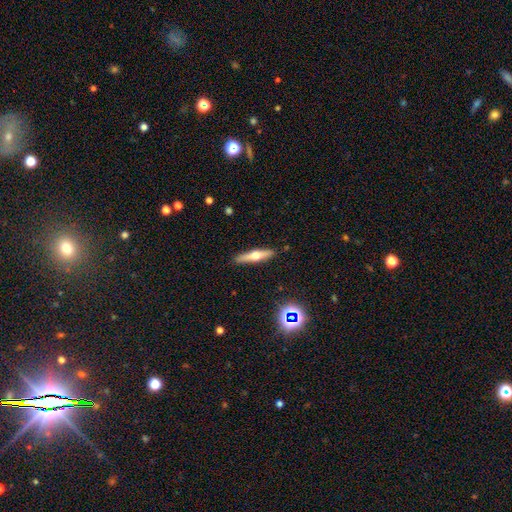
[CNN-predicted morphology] A featured or disk galaxy (56%) viewed edge-on (94%) with a rounded central bulge (94%).

Vote fractions:
- Smooth or featured? featured or disk: 56% / smooth: 37% / star or artifact: 8%
- Edge-on disk? yes: 94% / no: 6%
- Edge-on bulge? rounded: 94% / none: 4% / boxy: 3%
- Merging? none: 90% / minor disturbance: 7% / major disturbance: 2% / merger: 1%